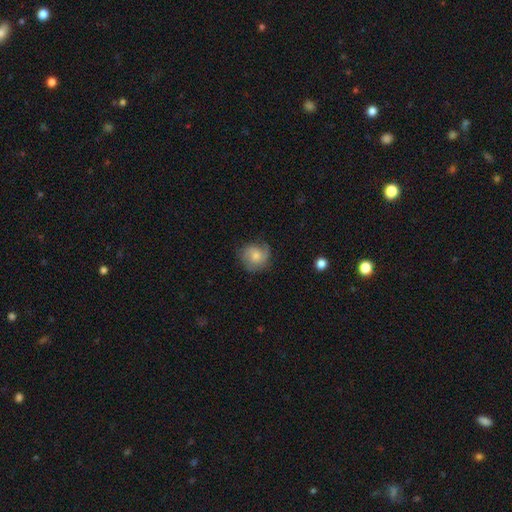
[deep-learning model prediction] Morphology: type=smooth (49%); merging=none (68%).